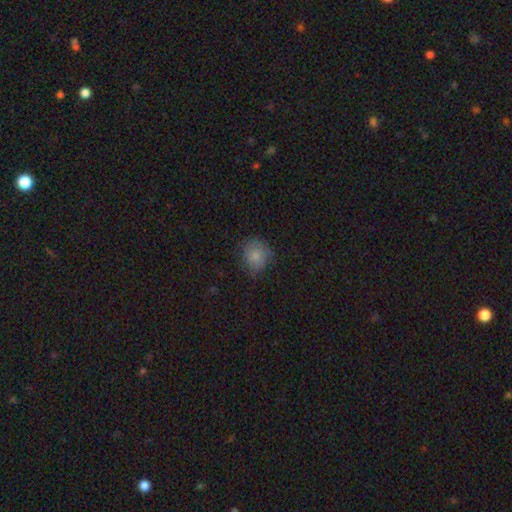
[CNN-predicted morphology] type=smooth (79%); roundness=round (75%); merging=none (66%).